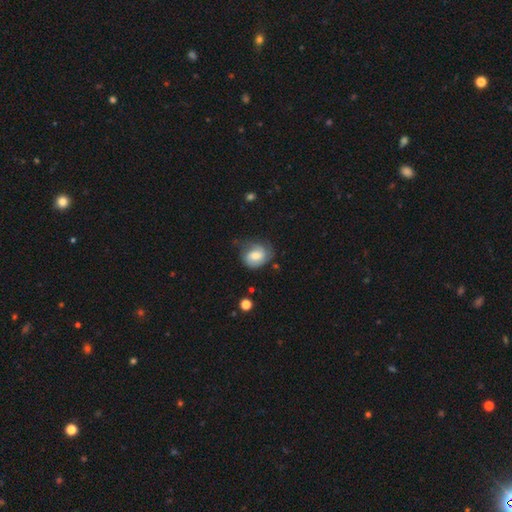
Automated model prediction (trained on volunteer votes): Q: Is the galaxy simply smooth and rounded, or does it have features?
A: smooth — 52%.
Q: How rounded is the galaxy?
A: in between — 52%.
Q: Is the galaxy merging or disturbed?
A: none — 48%.